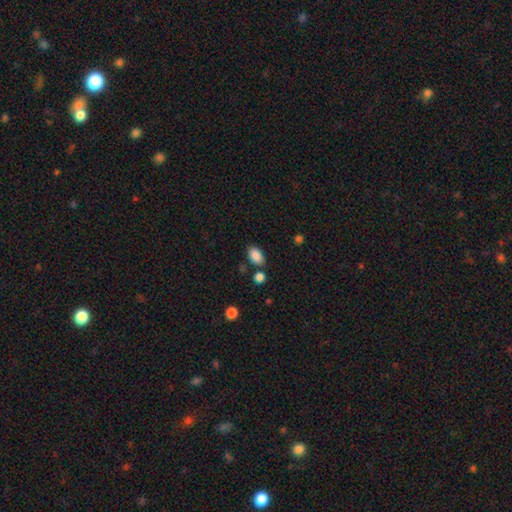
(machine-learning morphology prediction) type=smooth (87%); roundness=in between (90%); merging=none (76%).